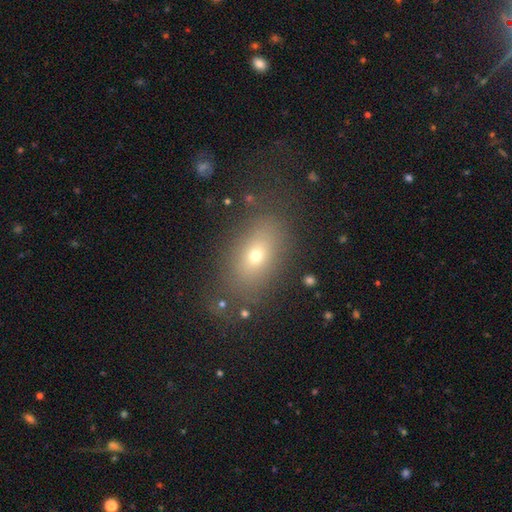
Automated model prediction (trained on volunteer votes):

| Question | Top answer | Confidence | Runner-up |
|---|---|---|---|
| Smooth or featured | smooth | 65% | featured or disk (19%) |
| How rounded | in between | 79% | round (17%) |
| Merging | none | 76% | minor disturbance (13%) |